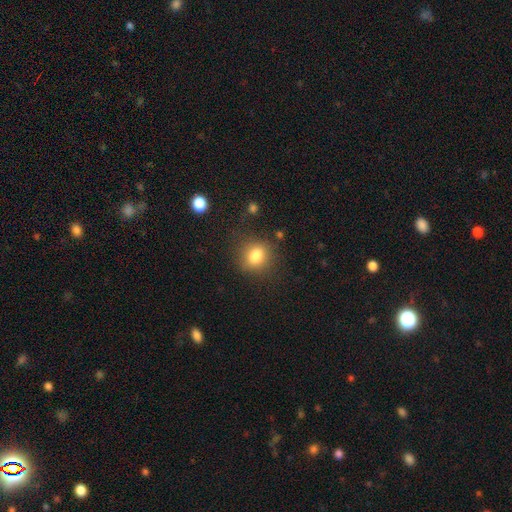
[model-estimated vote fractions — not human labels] smooth 82%, star or artifact 11%, featured or disk 7%. Down the decision tree: how rounded — round (65%); merging — none (81%).